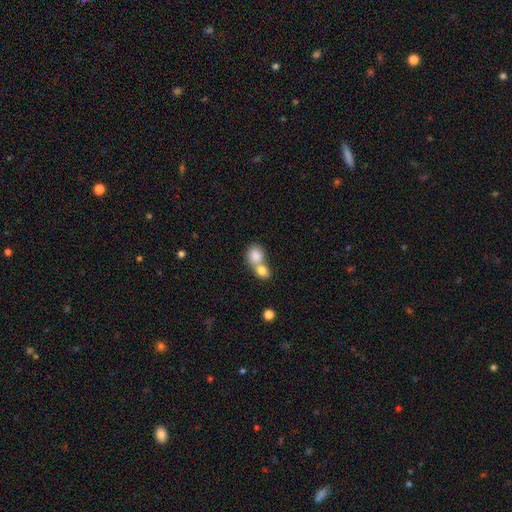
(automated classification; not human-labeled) Q: Smooth or featured?
A: smooth (82%); runner-up: featured or disk (10%)
Q: How rounded?
A: round (60%); runner-up: in between (39%)
Q: Merging?
A: merger (66%); runner-up: none (25%)